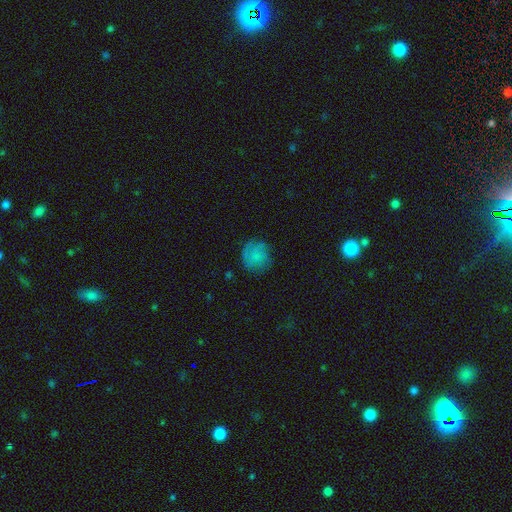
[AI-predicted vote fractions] Morphology: type=smooth (73%); roundness=round (87%); merging=none (73%).